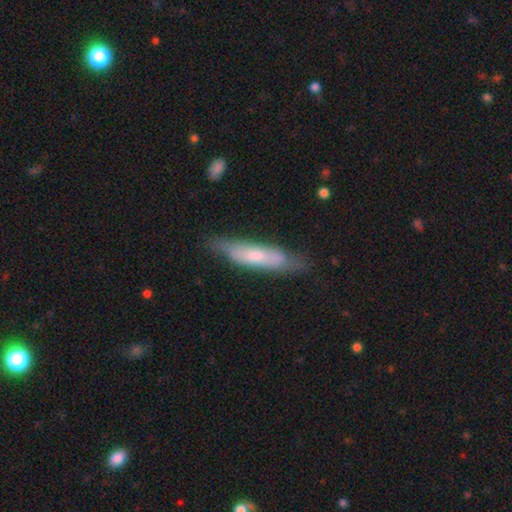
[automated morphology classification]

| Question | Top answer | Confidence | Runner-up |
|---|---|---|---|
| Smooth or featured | smooth | 55% | featured or disk (39%) |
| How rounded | cigar-shaped | 76% | in between (22%) |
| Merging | none | 71% | minor disturbance (22%) |